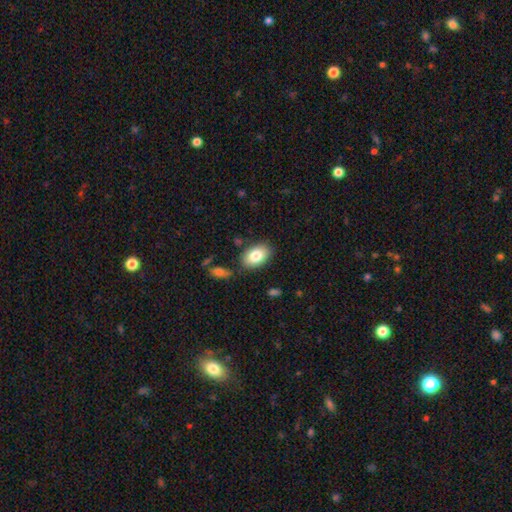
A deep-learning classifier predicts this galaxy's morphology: Smooth or featured: smooth — 82% (featured or disk — 11%)
How rounded: in between — 90% (round — 9%)
Merging: none — 82% (minor disturbance — 11%)